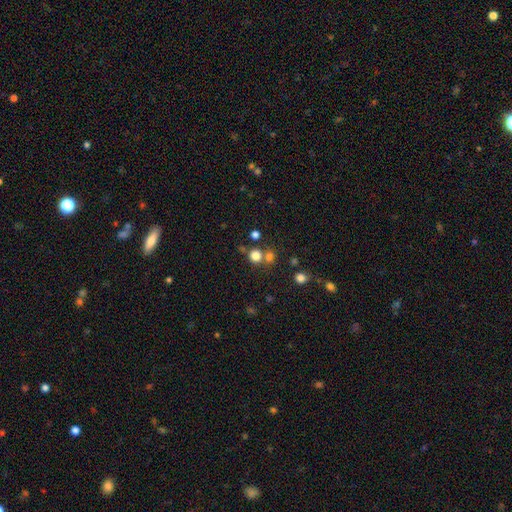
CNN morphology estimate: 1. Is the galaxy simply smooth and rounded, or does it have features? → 76% smooth, 17% star or artifact, 7% featured or disk.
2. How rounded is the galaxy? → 88% round, 11% in between, 1% cigar-shaped.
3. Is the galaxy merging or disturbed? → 62% none, 27% merger, 8% minor disturbance, 4% major disturbance.